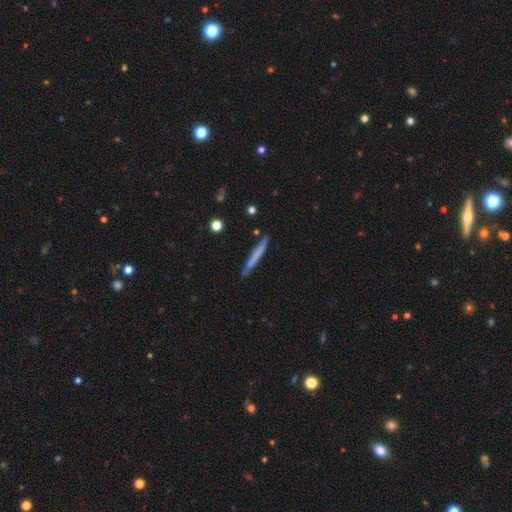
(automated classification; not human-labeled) smooth-or-featured: smooth: 62% | featured or disk: 32% | star or artifact: 6%
  how-rounded: cigar-shaped: 96% | in between: 2% | round: 1%
  merging: none: 82% | minor disturbance: 13% | merger: 3% | major disturbance: 2%